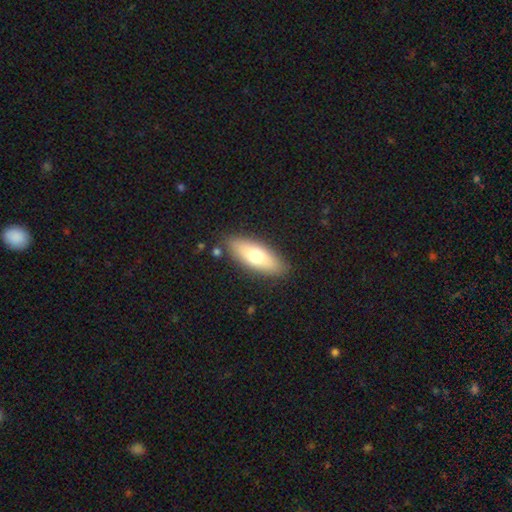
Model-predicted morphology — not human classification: Q: Smooth or featured?
A: smooth (70%); runner-up: featured or disk (24%)
Q: How rounded?
A: in between (68%); runner-up: cigar-shaped (29%)
Q: Merging?
A: none (85%); runner-up: minor disturbance (10%)